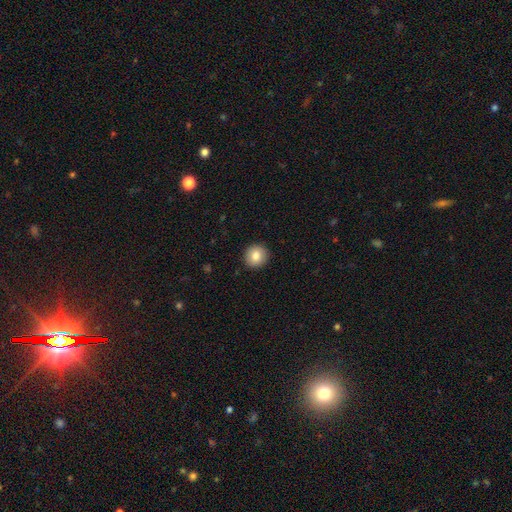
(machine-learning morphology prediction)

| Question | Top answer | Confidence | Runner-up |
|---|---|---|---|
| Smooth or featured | smooth | 84% | star or artifact (8%) |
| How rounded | round | 90% | in between (9%) |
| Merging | none | 92% | minor disturbance (5%) |